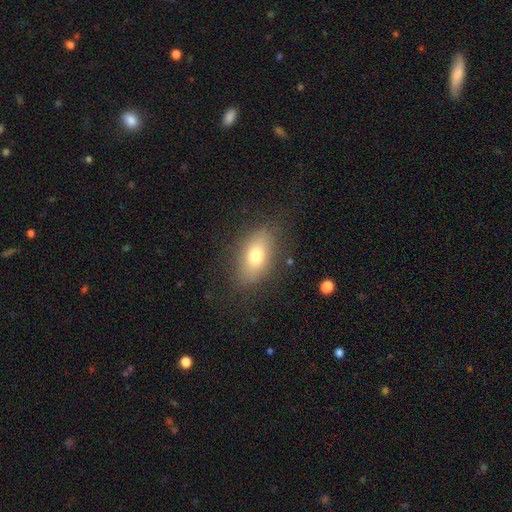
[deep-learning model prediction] Overall: smooth (72%). How rounded: in between (86%). Merging: none (80%).